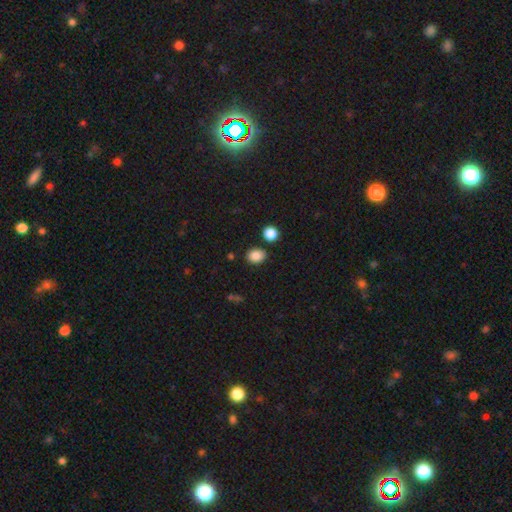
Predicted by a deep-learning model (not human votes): Smooth or featured?
  - smooth: 86% *
  - star or artifact: 10%
  - featured or disk: 4%
How rounded?
  - in between: 60% *
  - round: 39%
  - cigar-shaped: 1%
Merging?
  - none: 81% *
  - minor disturbance: 10%
  - merger: 6%
  - major disturbance: 3%